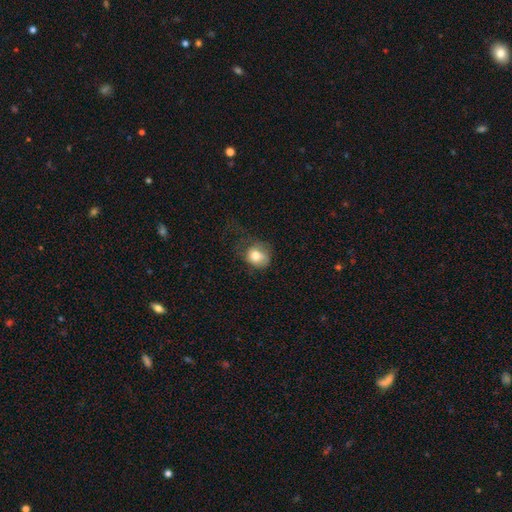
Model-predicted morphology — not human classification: Smooth or featured?
  - smooth: 75% *
  - featured or disk: 16%
  - star or artifact: 9%
How rounded?
  - round: 60% *
  - in between: 39%
  - cigar-shaped: 1%
Merging?
  - none: 37% *
  - major disturbance: 31%
  - minor disturbance: 29%
  - merger: 2%